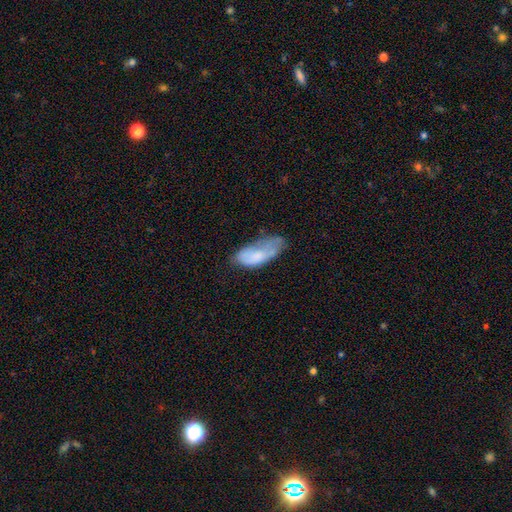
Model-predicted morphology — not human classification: smooth 63%, featured or disk 29%, star or artifact 8%. Down the decision tree: how rounded — in between (84%); merging — minor disturbance (36%).